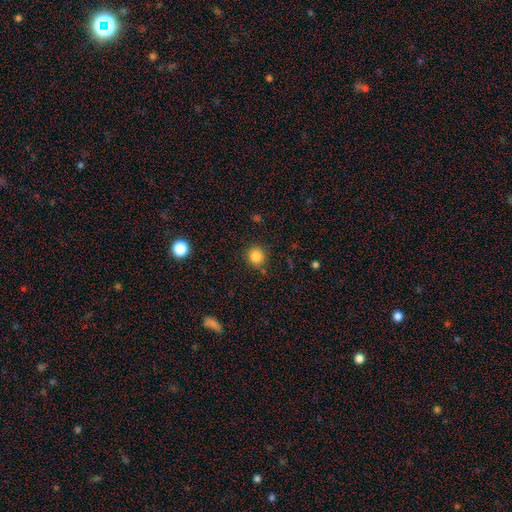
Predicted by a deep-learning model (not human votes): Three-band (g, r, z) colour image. It shows a smooth galaxy with no disk features (85%) that is round (86%). Merging: none (86%).